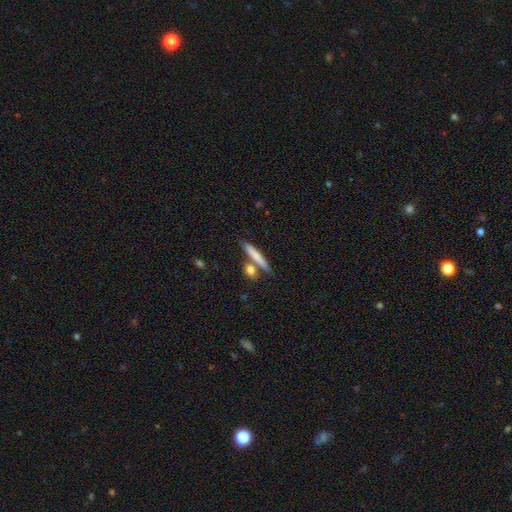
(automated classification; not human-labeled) Smooth or featured? smooth (73%)
How rounded? cigar-shaped (87%)
Merging? none (72%)